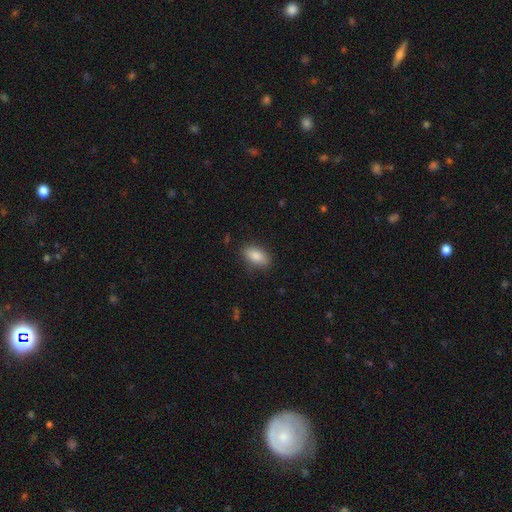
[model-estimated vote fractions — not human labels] The model was most divided on "merging": none: 85%, minor disturbance: 12%, major disturbance: 3%, merger: 1%. More confident: how rounded — in between (90%); smooth or featured — smooth (86%).